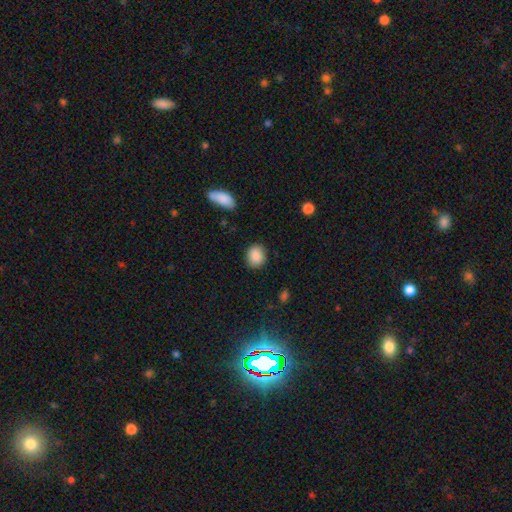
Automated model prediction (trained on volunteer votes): smooth 89%, star or artifact 8%, featured or disk 3%. Down the decision tree: how rounded — round (60%); merging — none (87%).